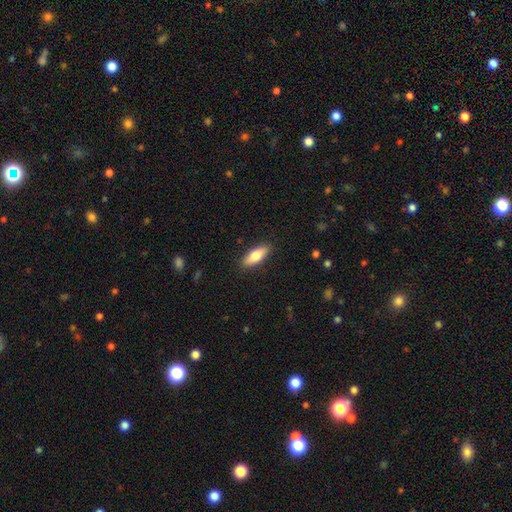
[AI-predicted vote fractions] smooth 74%, featured or disk 20%, star or artifact 6%. Down the decision tree: how rounded — in between (62%); merging — none (89%).